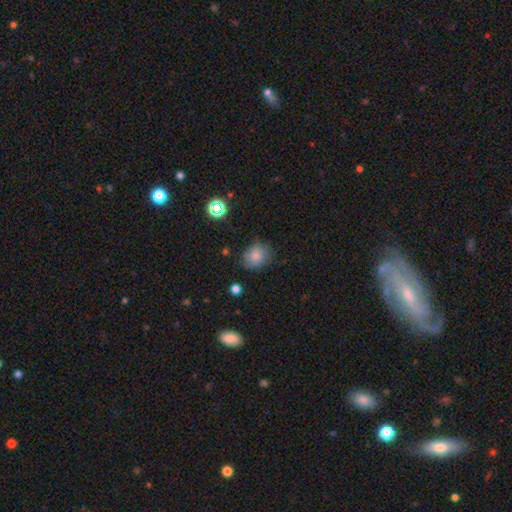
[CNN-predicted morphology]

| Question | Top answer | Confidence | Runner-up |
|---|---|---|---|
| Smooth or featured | smooth | 81% | star or artifact (12%) |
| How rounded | round | 66% | in between (33%) |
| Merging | none | 76% | minor disturbance (17%) |